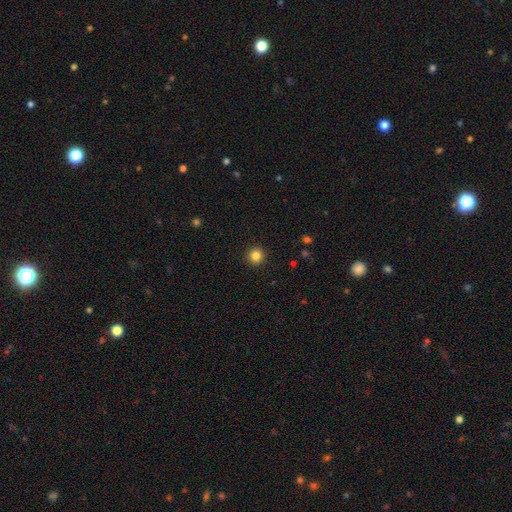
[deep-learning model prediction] Smooth or featured? smooth (84%)
How rounded? round (95%)
Merging? none (93%)